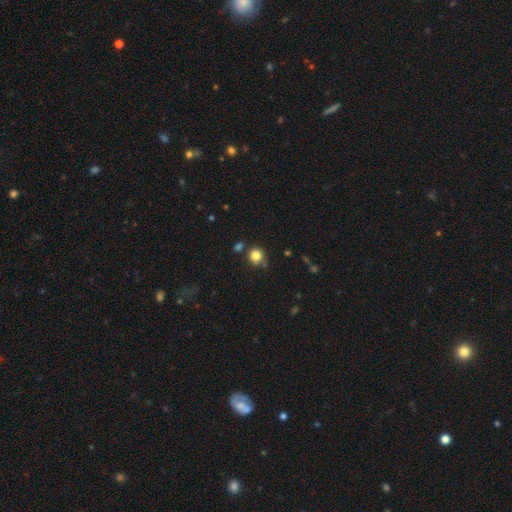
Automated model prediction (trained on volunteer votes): smooth-or-featured: smooth: 82% | star or artifact: 12% | featured or disk: 6%
  how-rounded: round: 88% | in between: 11% | cigar-shaped: 1%
  merging: none: 73% | minor disturbance: 15% | merger: 8% | major disturbance: 4%